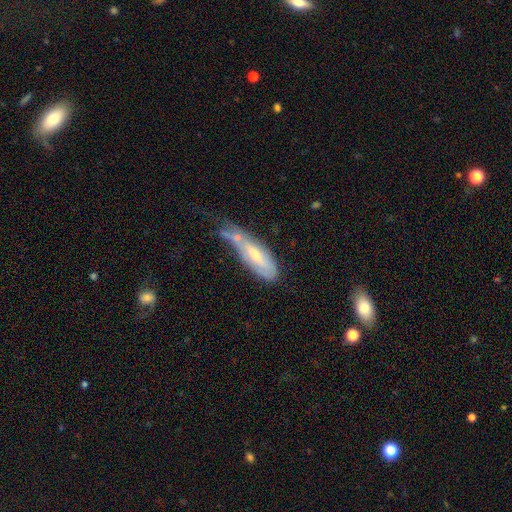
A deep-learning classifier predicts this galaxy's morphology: smooth_or_featured: smooth (p=0.50) [alt: featured or disk p=0.43]
how_rounded: in between (p=0.52) [alt: cigar-shaped p=0.46]
merging: minor disturbance (p=0.32) [alt: none p=0.25]